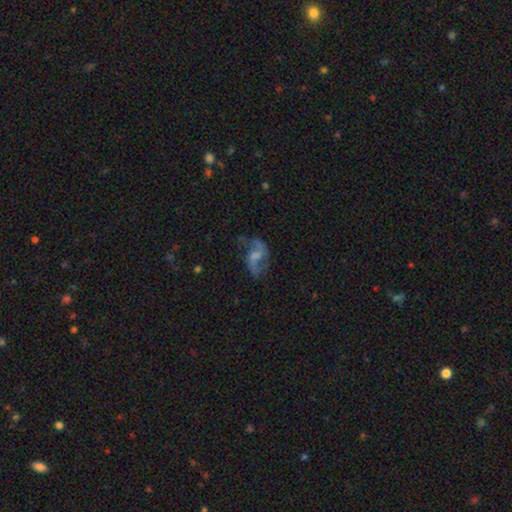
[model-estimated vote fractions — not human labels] A featured or disk galaxy (74%) with a weak bar (46%), 2 (88%) loose (66%) spiral arms (87%) and no central bulge (36%). Merging: none (58%).